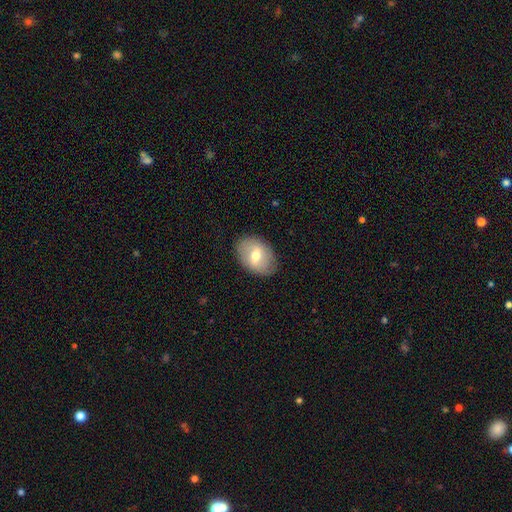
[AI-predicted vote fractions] Smooth or featured: smooth — 56% (featured or disk — 37%)
How rounded: in between — 76% (round — 23%)
Merging: none — 83% (minor disturbance — 12%)